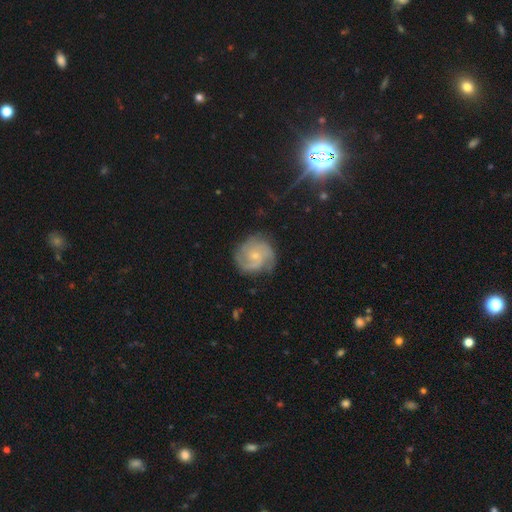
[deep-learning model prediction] Smooth or featured: featured or disk — 83% (smooth — 11%)
Edge-on disk: no — 98% (yes — 2%)
Bar: no — 69% (weak — 27%)
Spiral arms: yes — 97% (no — 3%)
Spiral winding: tight — 48% (medium — 42%)
Spiral arm count: 2 — 37% (3 — 35%)
Bulge size: small — 74% (moderate — 22%)
Merging: none — 75% (minor disturbance — 17%)